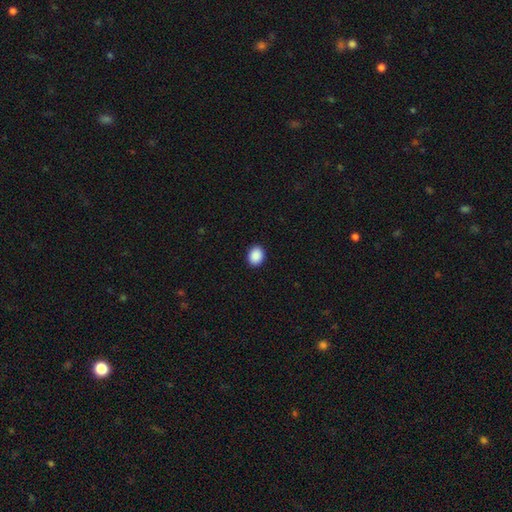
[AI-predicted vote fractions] smooth_or_featured: smooth (p=0.90) [alt: star or artifact p=0.08]
how_rounded: in between (p=0.52) [alt: round p=0.47]
merging: none (p=0.92) [alt: minor disturbance p=0.05]